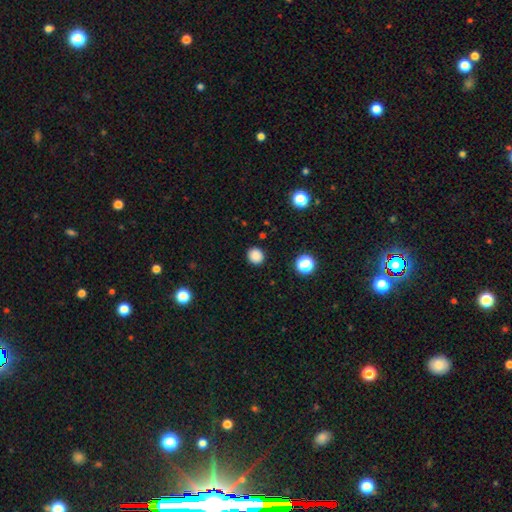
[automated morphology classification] smooth 85%, star or artifact 12%, featured or disk 3%. Down the decision tree: how rounded — round (88%); merging — none (91%).